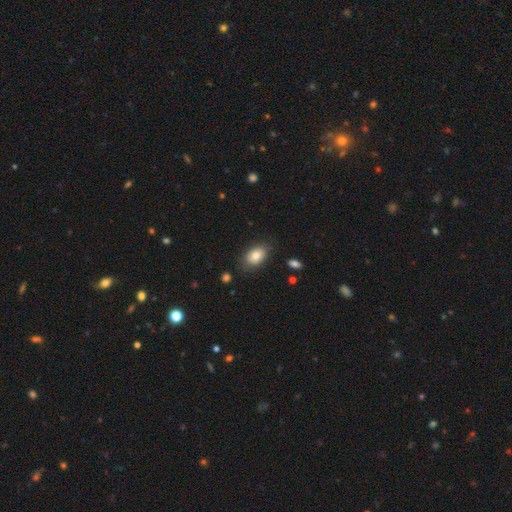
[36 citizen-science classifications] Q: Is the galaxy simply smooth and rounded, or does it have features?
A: smooth — 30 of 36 (83%).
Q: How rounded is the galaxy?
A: in between — 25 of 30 (83%).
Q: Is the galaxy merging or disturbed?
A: none — 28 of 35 (80%).